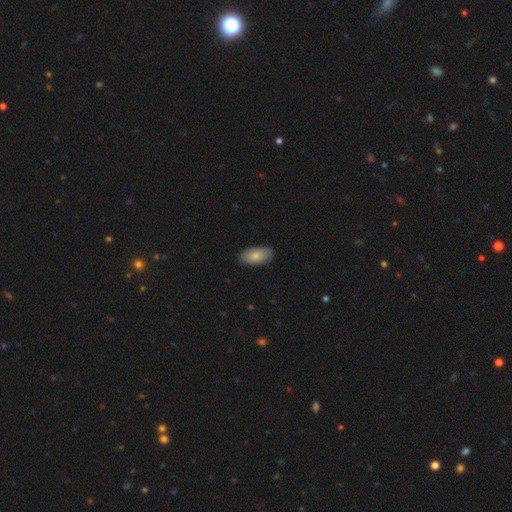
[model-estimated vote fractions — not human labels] Smooth or featured? smooth (83%)
How rounded? in between (93%)
Merging? none (87%)